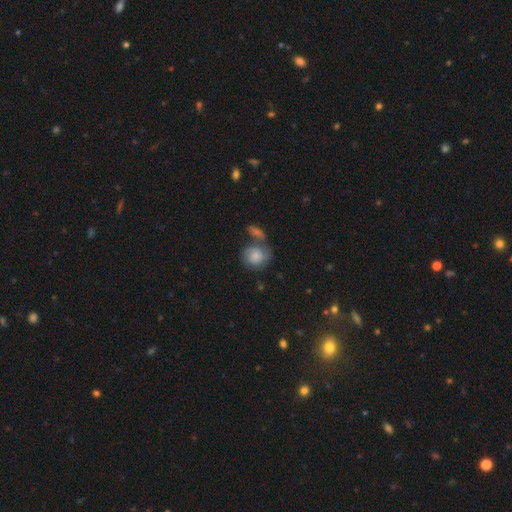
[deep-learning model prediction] Morphology: type=smooth (56%); roundness=round (67%); merging=none (37%).